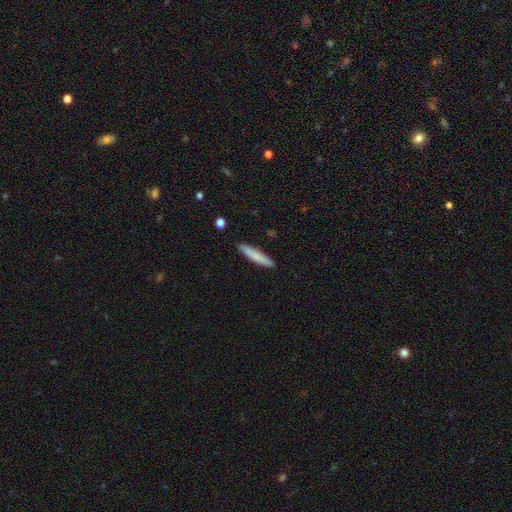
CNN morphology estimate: Smooth or featured?
  - smooth: 79% *
  - featured or disk: 15%
  - star or artifact: 6%
How rounded?
  - cigar-shaped: 91% *
  - in between: 8%
  - round: 1%
Merging?
  - none: 89% *
  - minor disturbance: 8%
  - major disturbance: 2%
  - merger: 1%